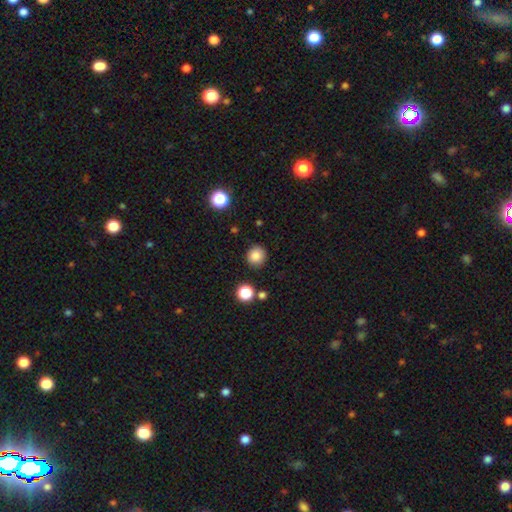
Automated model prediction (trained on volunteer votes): This appears to be a smooth galaxy with no disk features (84%) that is round (90%). Merging: none (89%).